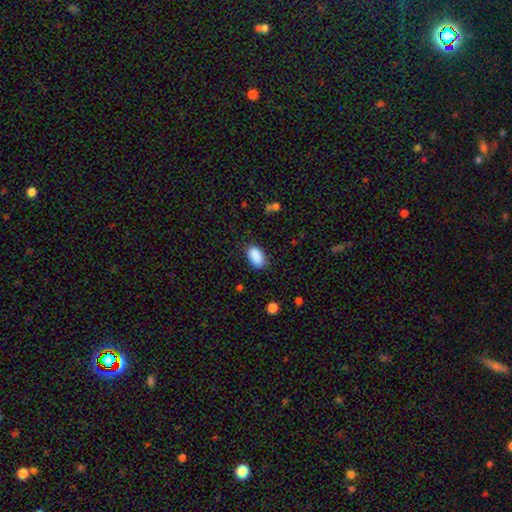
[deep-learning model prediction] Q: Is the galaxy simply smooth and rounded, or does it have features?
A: smooth — 90%.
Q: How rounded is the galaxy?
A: in between — 93%.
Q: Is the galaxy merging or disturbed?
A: none — 84%.